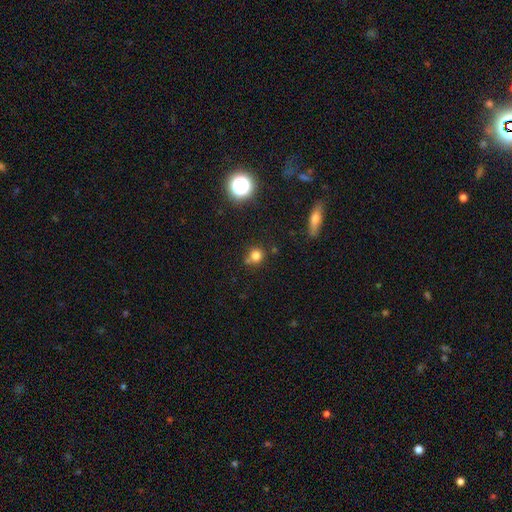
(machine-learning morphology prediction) smooth-or-featured: smooth: 77% | star or artifact: 16% | featured or disk: 7%
  how-rounded: round: 86% | in between: 13% | cigar-shaped: 1%
  merging: none: 68% | minor disturbance: 14% | merger: 13% | major disturbance: 4%